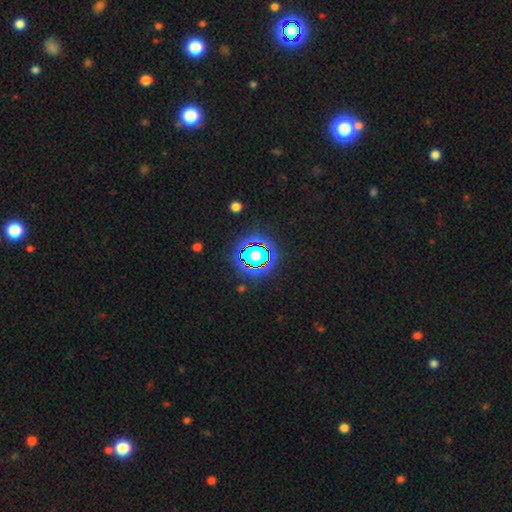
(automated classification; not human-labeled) Smooth or featured? star or artifact (60%)